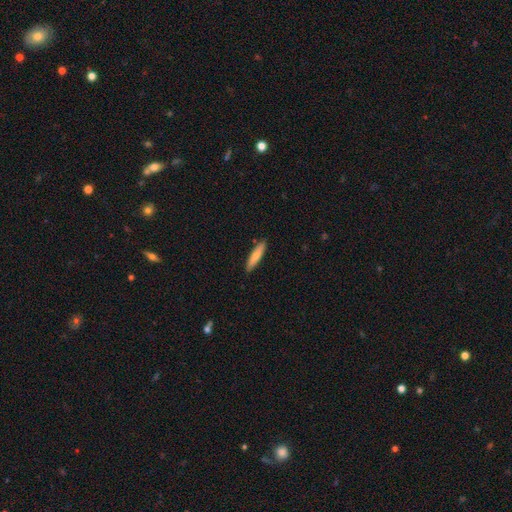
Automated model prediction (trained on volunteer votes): A smooth galaxy with no disk features (77%) that is cigar-shaped (84%).

Vote fractions:
- Smooth or featured? smooth: 77% / featured or disk: 17% / star or artifact: 6%
- How rounded? cigar-shaped: 84% / in between: 15% / round: 1%
- Merging? none: 89% / minor disturbance: 8% / major disturbance: 2% / merger: 1%